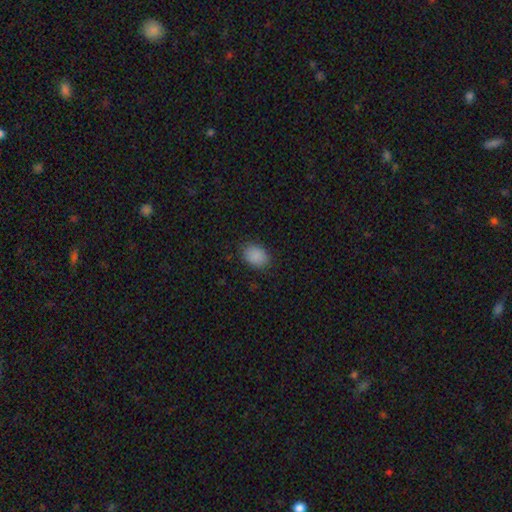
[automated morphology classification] This appears to be a smooth galaxy with no disk features (89%) that is in between round and cigar-shaped (74%). Merging: none (84%).